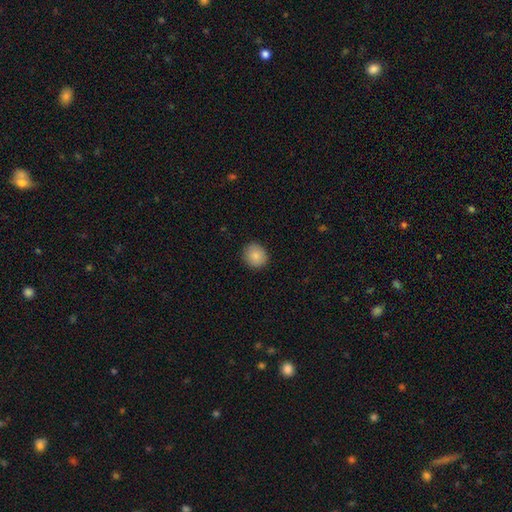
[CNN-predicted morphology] Overall: smooth (85%). How rounded: round (81%). Merging: none (88%).